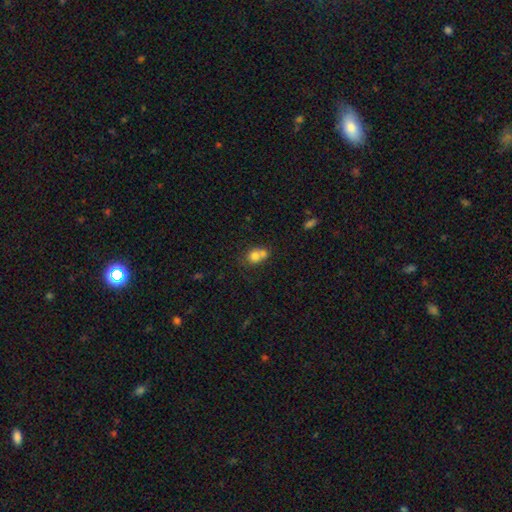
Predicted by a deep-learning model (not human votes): Smooth or featured: smooth — 76% (featured or disk — 13%)
How rounded: round — 71% (in between — 28%)
Merging: merger — 55% (none — 32%)